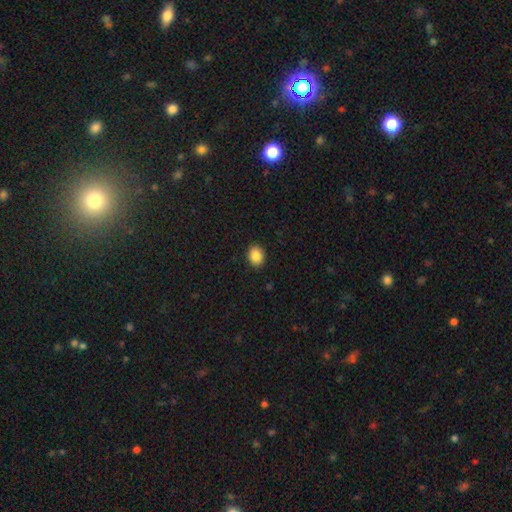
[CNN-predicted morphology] The model was most divided on "how rounded": in between: 60%, round: 39%, cigar-shaped: 1%. More confident: merging — none (90%); smooth or featured — smooth (88%).